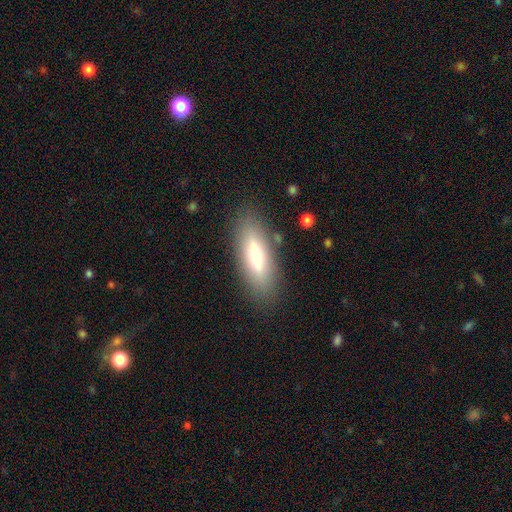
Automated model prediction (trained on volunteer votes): Smooth or featured? smooth (64%)
How rounded? in between (56%)
Merging? none (84%)